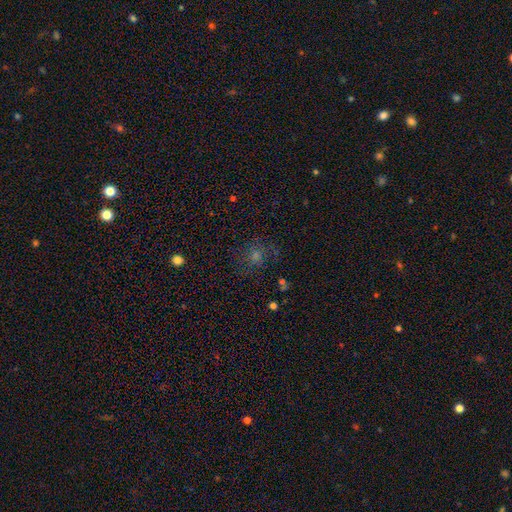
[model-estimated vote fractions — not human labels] smooth_or_featured: smooth (p=0.41) [alt: star or artifact p=0.38]
merging: none (p=0.73) [alt: minor disturbance p=0.14]